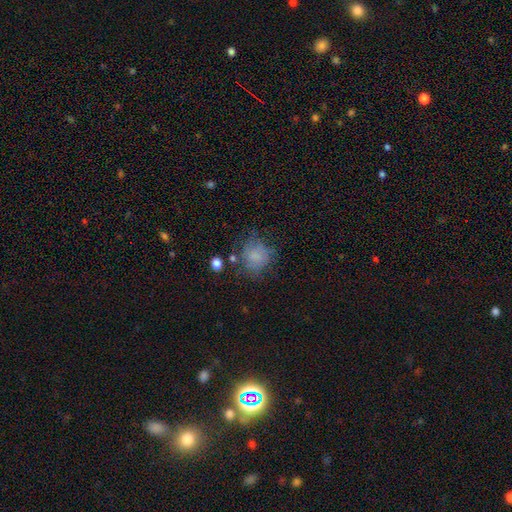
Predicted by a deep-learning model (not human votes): Smooth or featured?
  - smooth: 65% *
  - featured or disk: 21%
  - star or artifact: 13%
How rounded?
  - round: 71% *
  - in between: 28%
  - cigar-shaped: 1%
Merging?
  - none: 54% *
  - minor disturbance: 25%
  - major disturbance: 17%
  - merger: 4%